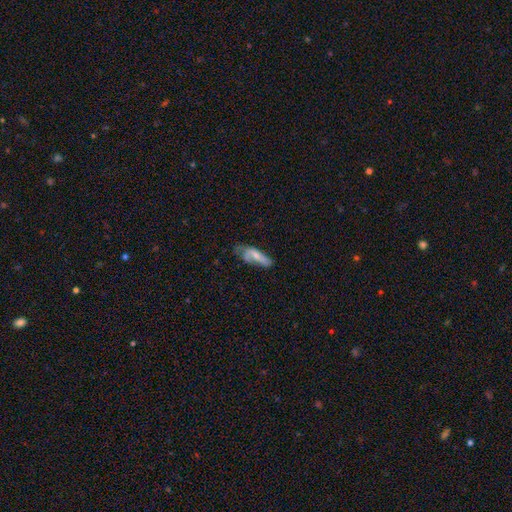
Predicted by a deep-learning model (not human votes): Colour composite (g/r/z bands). It shows a smooth galaxy with no disk features (51%) that is in between round and cigar-shaped (61%). Merging: none (34%).